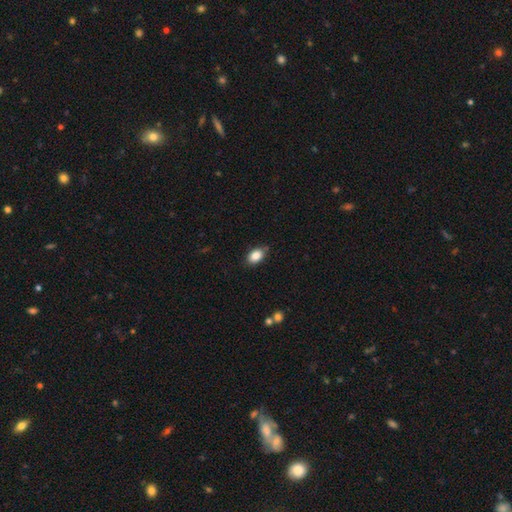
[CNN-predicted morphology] This is clearly a smooth galaxy (87%). How rounded: clearly in between (88%). Merging: likely none (79%).